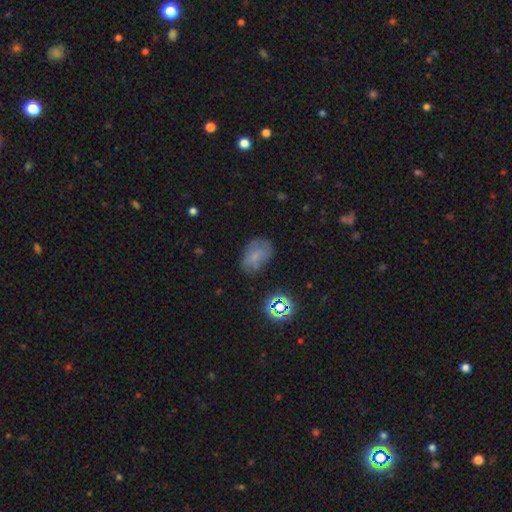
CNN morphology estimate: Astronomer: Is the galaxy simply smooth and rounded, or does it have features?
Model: smooth — 63%.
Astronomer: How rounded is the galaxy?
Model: in between — 82%.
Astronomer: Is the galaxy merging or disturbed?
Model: none — 63%.